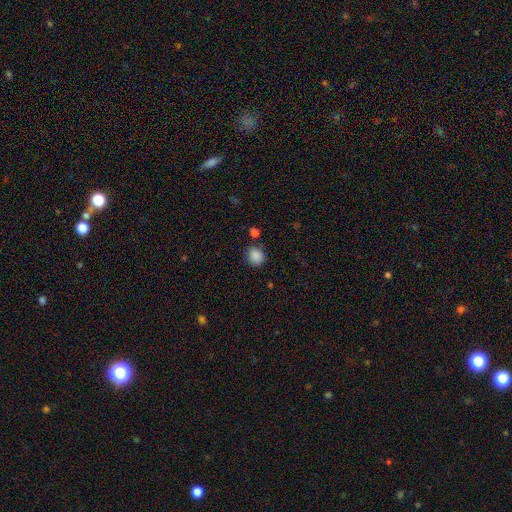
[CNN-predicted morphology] type=smooth (87%); roundness=round (79%); merging=none (79%).